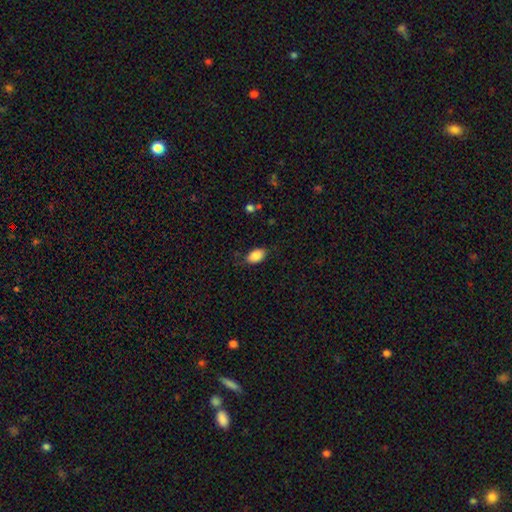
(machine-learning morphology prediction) type=smooth (87%); roundness=in between (90%); merging=none (78%).